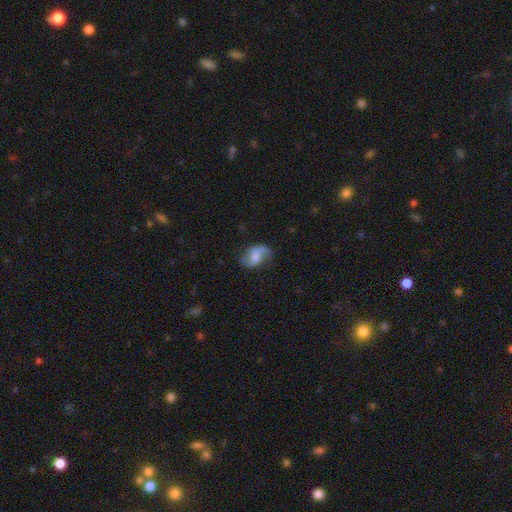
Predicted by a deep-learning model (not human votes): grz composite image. It shows a featured or disk galaxy (58%) with no bar (53%), 2 (80%) loose (55%) spiral arms (90%) and a moderate central bulge (37%). Merging: none (62%).